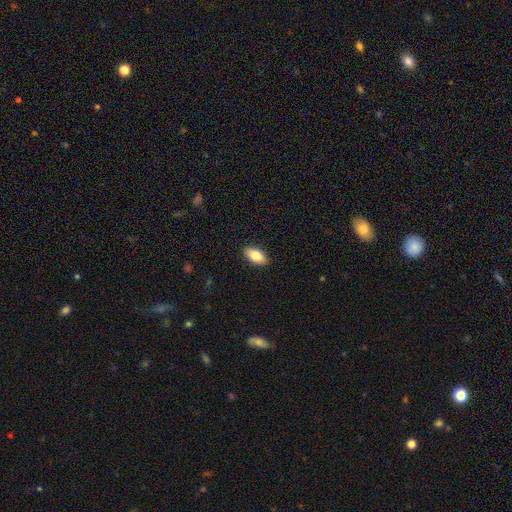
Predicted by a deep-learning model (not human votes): smooth_or_featured: smooth (p=0.82) [alt: featured or disk p=0.11]
how_rounded: in between (p=0.92) [alt: cigar-shaped p=0.04]
merging: none (p=0.90) [alt: minor disturbance p=0.07]